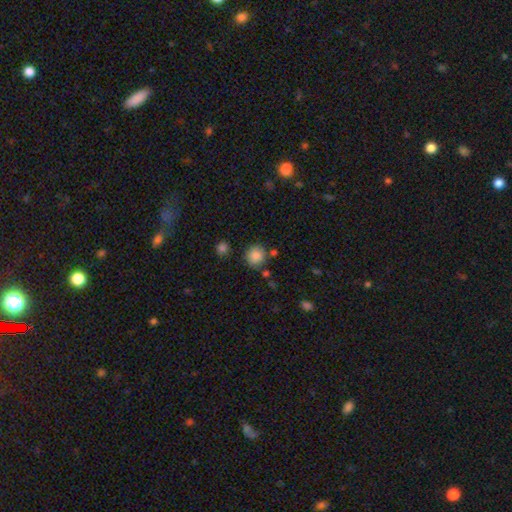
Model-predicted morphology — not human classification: This is clearly a smooth galaxy (87%). How rounded: clearly round (89%). Merging: clearly none (81%).